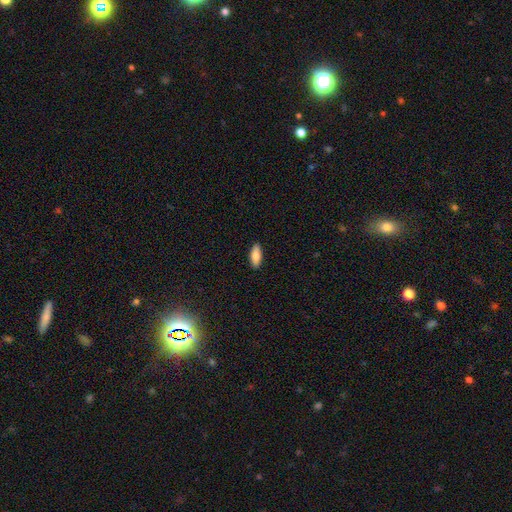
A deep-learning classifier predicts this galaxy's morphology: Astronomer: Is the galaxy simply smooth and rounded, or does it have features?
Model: smooth — 83%.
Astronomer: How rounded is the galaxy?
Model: in between — 74%.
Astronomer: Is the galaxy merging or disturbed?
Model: none — 90%.